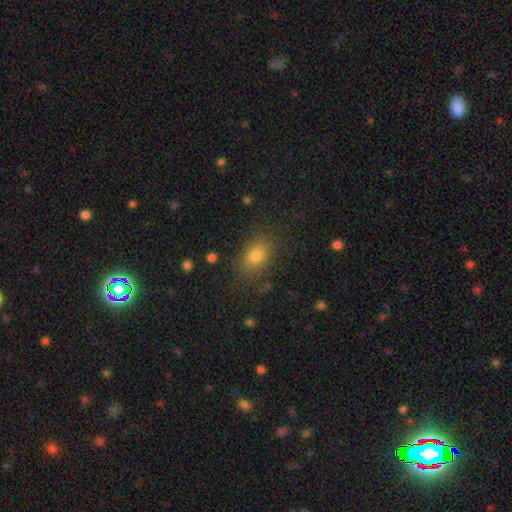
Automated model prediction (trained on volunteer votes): The model was most divided on "how rounded": in between: 73%, round: 25%, cigar-shaped: 2%. More confident: merging — none (80%); smooth or featured — smooth (79%).